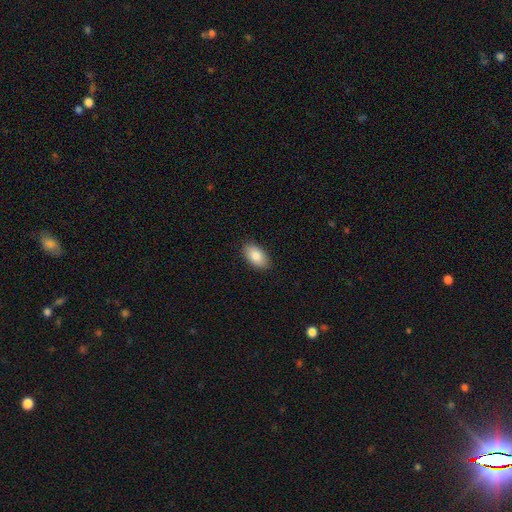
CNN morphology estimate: type=smooth (85%); roundness=in between (94%); merging=none (89%).